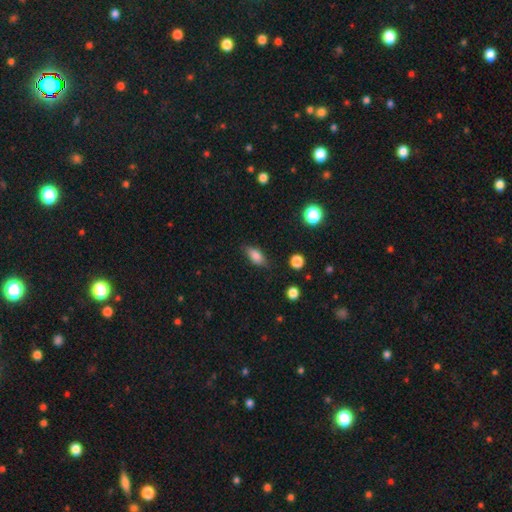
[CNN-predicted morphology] Q: Smooth or featured?
A: smooth (80%); runner-up: featured or disk (11%)
Q: How rounded?
A: in between (81%); runner-up: cigar-shaped (13%)
Q: Merging?
A: none (80%); runner-up: minor disturbance (15%)